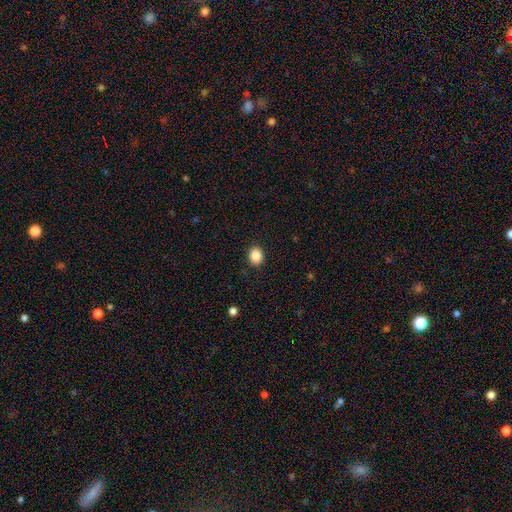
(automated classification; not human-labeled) A smooth galaxy with no disk features (87%) that is in between round and cigar-shaped (53%). Merging: none (90%).